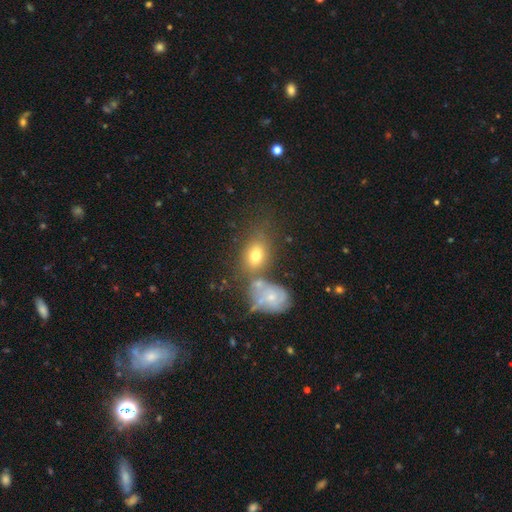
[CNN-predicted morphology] type=smooth (67%); roundness=in between (74%); merging=none (50%).